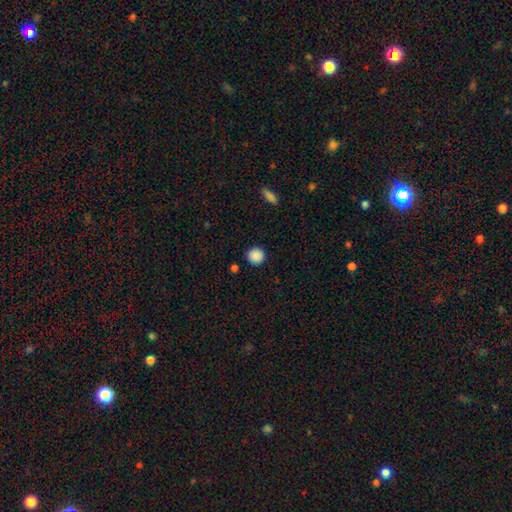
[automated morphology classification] Overall: smooth (89%). How rounded: round (94%). Merging: none (91%).